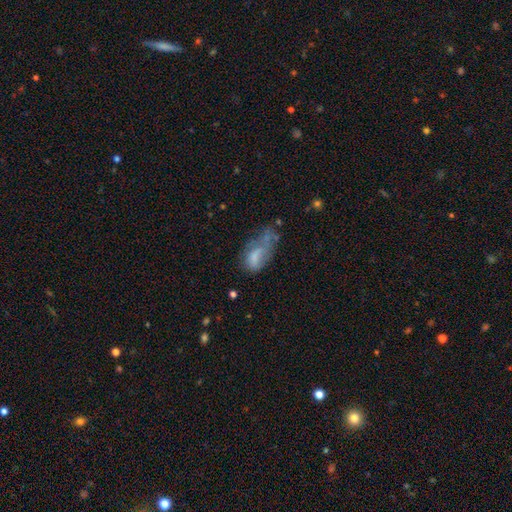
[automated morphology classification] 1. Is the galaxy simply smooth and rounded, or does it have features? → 59% smooth, 30% featured or disk, 11% star or artifact.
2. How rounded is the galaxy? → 87% in between, 8% cigar-shaped, 5% round.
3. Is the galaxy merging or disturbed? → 40% major disturbance, 28% minor disturbance, 22% none, 10% merger.